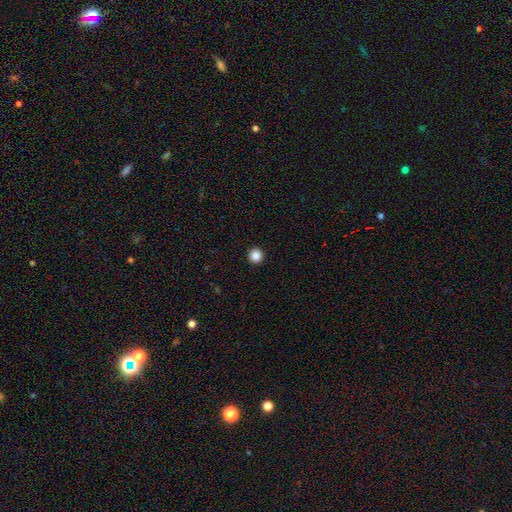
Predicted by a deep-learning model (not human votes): A smooth galaxy with no disk features (86%) that is round (95%).

Vote fractions:
- Smooth or featured? smooth: 86% / star or artifact: 11% / featured or disk: 3%
- How rounded? round: 95% / in between: 4% / cigar-shaped: 1%
- Merging? none: 94% / minor disturbance: 4% / major disturbance: 1% / merger: 1%